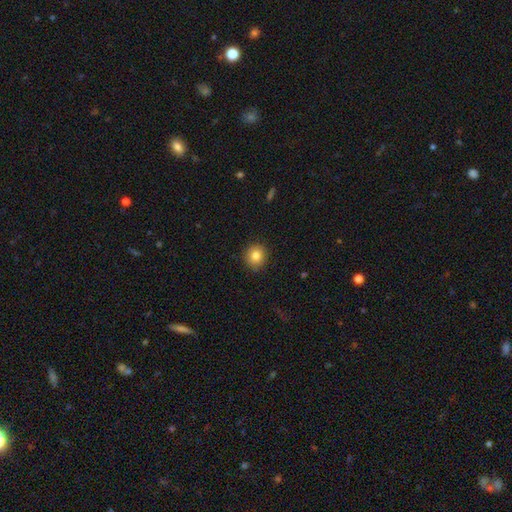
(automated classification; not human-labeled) Morphology: type=smooth (83%); roundness=round (89%); merging=none (89%).